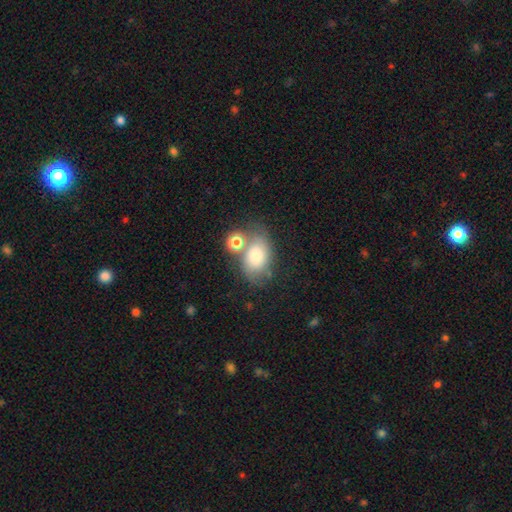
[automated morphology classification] Smooth or featured: smooth — 65% (featured or disk — 24%)
How rounded: in between — 76% (round — 23%)
Merging: none — 47% (merger — 26%)